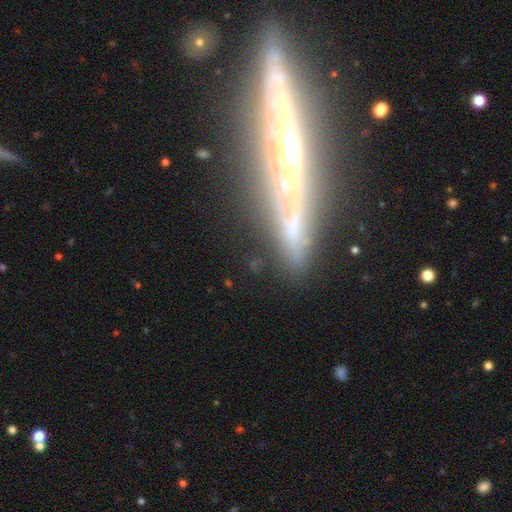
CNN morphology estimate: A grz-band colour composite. It shows a featured or disk galaxy (79%) viewed edge-on (80%) with a rounded central bulge (53%). Merging: none (79%).